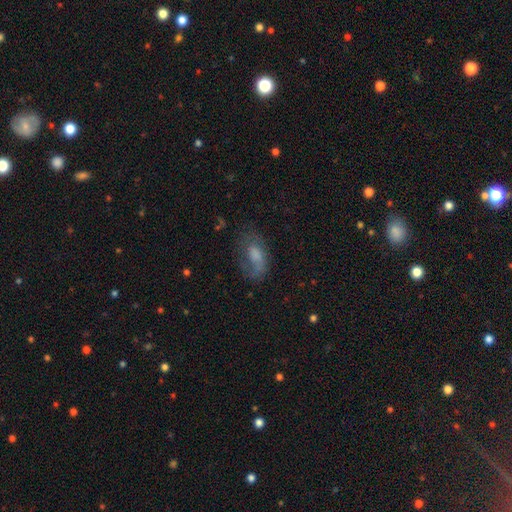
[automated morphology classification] Smooth or featured: smooth — 50% (featured or disk — 40%)
How rounded: in between — 88% (round — 7%)
Merging: none — 44% (major disturbance — 29%)